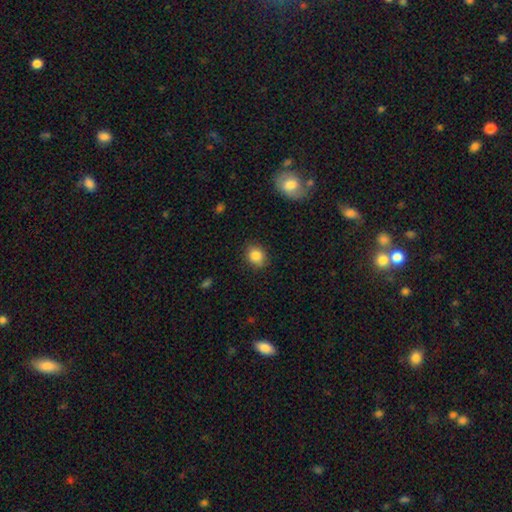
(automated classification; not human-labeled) Morphology: type=smooth (86%); roundness=round (58%); merging=none (85%).